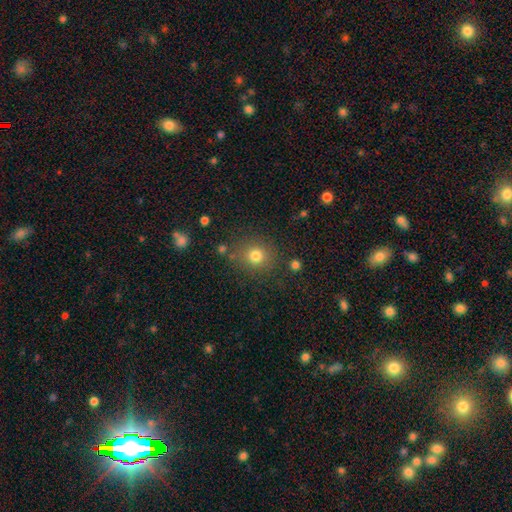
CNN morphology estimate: The model was most divided on "smooth or featured": smooth: 78%, star or artifact: 14%, featured or disk: 8%. More confident: how rounded — round (86%); merging — none (82%).